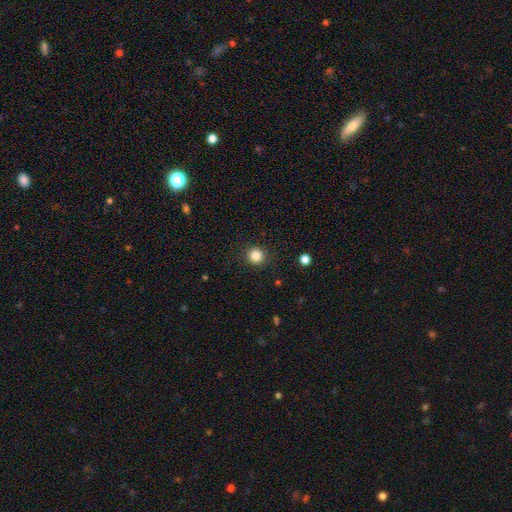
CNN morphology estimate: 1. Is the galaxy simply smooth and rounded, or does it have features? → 84% smooth, 12% star or artifact, 4% featured or disk.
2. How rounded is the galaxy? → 93% round, 6% in between, 1% cigar-shaped.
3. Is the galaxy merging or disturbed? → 92% none, 5% minor disturbance, 2% major disturbance, 1% merger.